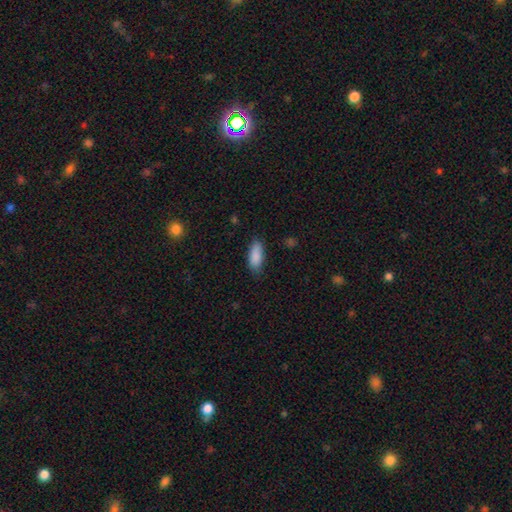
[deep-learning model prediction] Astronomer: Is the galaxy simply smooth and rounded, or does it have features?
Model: smooth — 89%.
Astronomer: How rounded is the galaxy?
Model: in between — 81%.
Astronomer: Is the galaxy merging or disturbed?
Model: none — 80%.